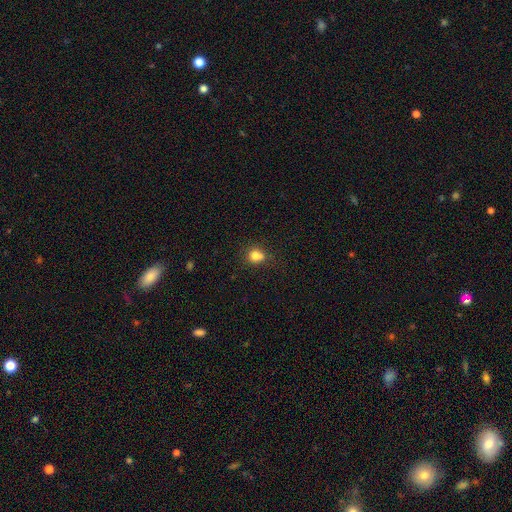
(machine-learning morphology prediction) Overall: smooth (77%). How rounded: round (69%; in between 30%). Merging: none (50%; merger 25%).